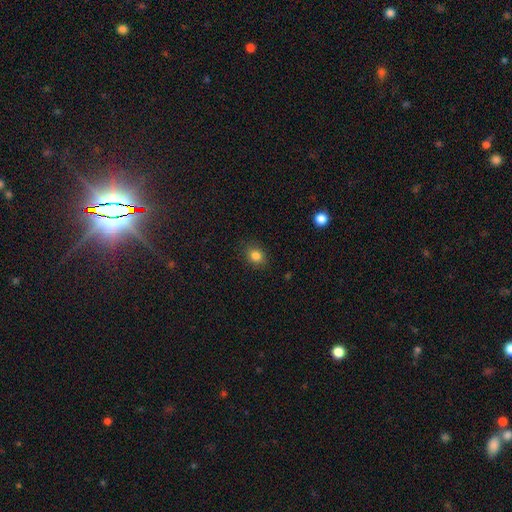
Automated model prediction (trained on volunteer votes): Smooth or featured? smooth (83%)
How rounded? round (59%)
Merging? none (87%)